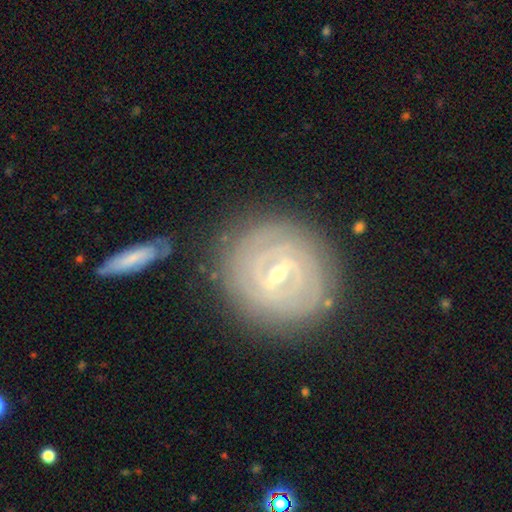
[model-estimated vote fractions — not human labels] The model was most divided on "spiral arm count": can't tell: 33%, 2: 28%, 3: 15%, 4: 12%, more than 4: 6%, 1: 5%. More confident: edge-on disk — no (95%); spiral arms — yes (91%); smooth or featured — featured or disk (86%); spiral winding — tight (86%); merging — none (83%); bulge size — small (54%); bar — strong (51%).